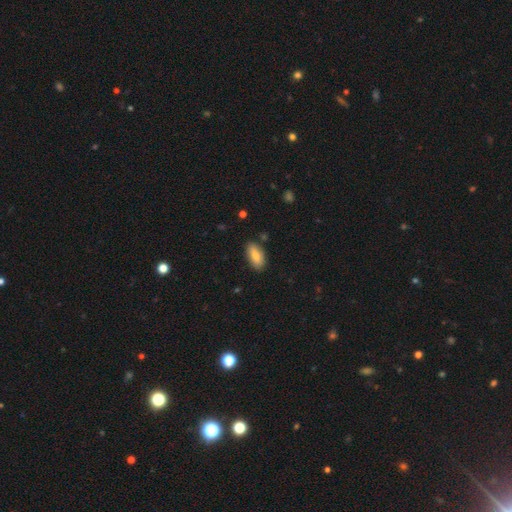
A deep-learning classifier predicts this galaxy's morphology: type=smooth (83%); roundness=in between (86%); merging=none (83%).